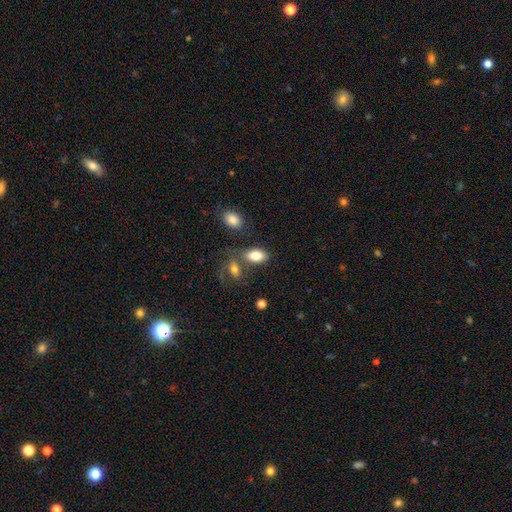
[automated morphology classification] This appears to be a smooth galaxy with no disk features (81%) that is in between round and cigar-shaped (90%). Merging: none (64%).